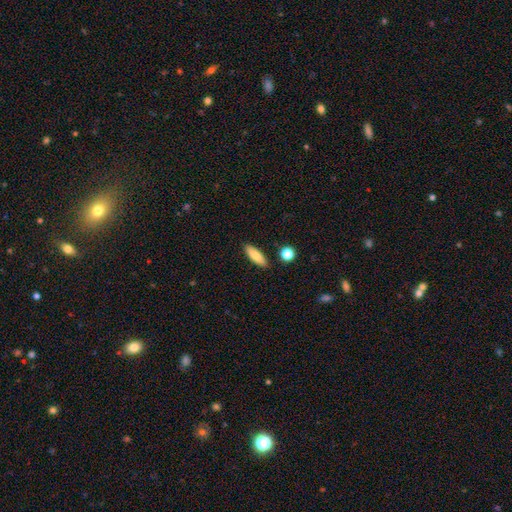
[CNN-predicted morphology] Smooth or featured? Predicted: smooth (p=0.83). How rounded? Predicted: in between (p=0.51). Merging? Predicted: none (p=0.87).